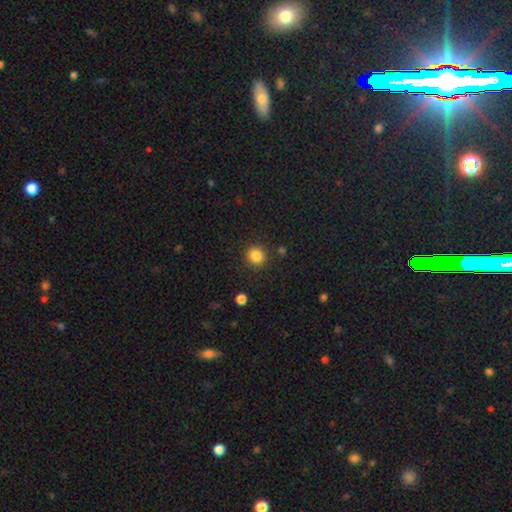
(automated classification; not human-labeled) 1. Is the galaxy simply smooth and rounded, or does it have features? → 86% smooth, 11% star or artifact, 4% featured or disk.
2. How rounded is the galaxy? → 85% round, 14% in between, 1% cigar-shaped.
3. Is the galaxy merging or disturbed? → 87% none, 8% minor disturbance, 3% major disturbance, 2% merger.